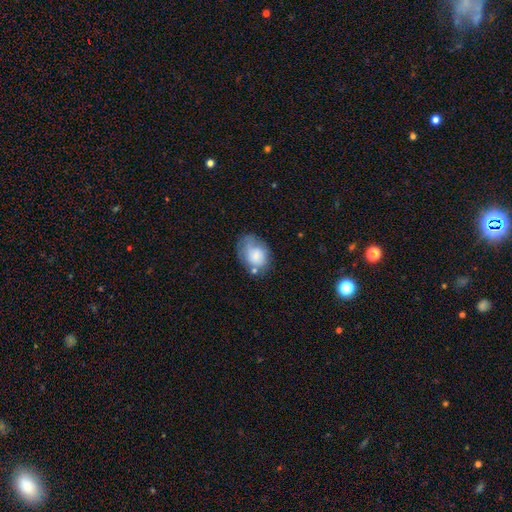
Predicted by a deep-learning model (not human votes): smooth_or_featured: smooth (p=0.70) [alt: featured or disk p=0.22]
how_rounded: in between (p=0.69) [alt: round p=0.29]
merging: none (p=0.46) [alt: minor disturbance p=0.30]